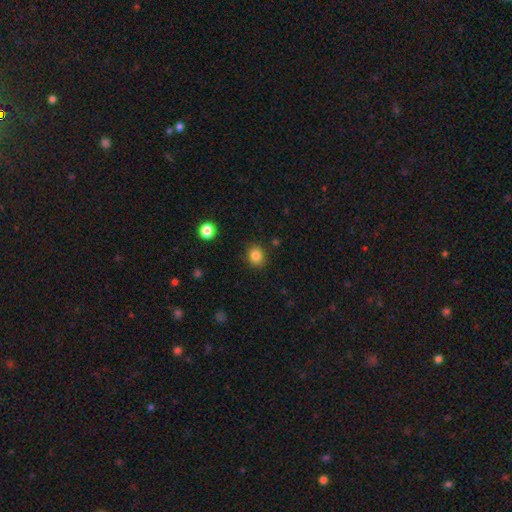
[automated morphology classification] The model was most divided on "how rounded": round: 70%, in between: 29%, cigar-shaped: 1%. More confident: merging — none (88%); smooth or featured — smooth (84%).